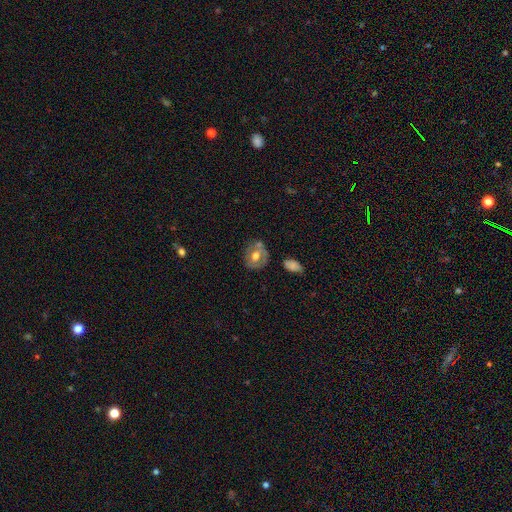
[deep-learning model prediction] The model was most divided on "smooth or featured": smooth: 52%, featured or disk: 40%, star or artifact: 8%. More confident: merging — none (61%); how rounded — round (56%).